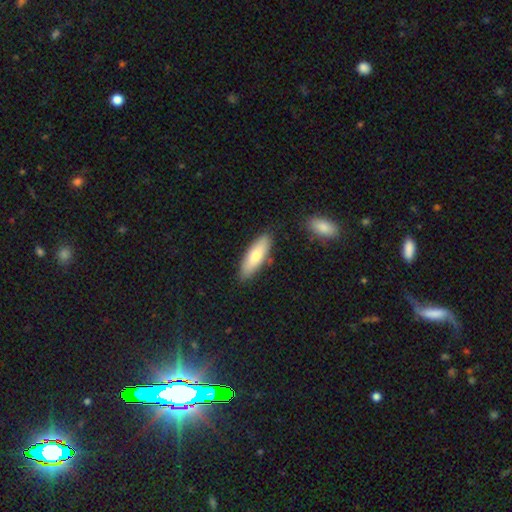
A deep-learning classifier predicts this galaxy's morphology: Overall: smooth (75%). How rounded: cigar-shaped (49%, tied with in between). Merging: none (83%).